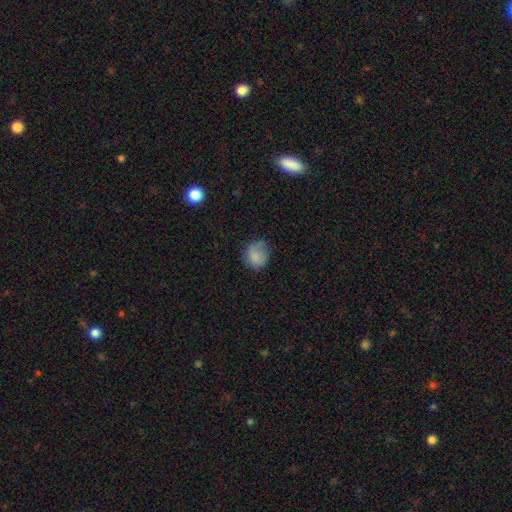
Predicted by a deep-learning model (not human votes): Smooth or featured: smooth — 79% (featured or disk — 11%)
How rounded: round — 66% (in between — 33%)
Merging: none — 53% (minor disturbance — 31%)